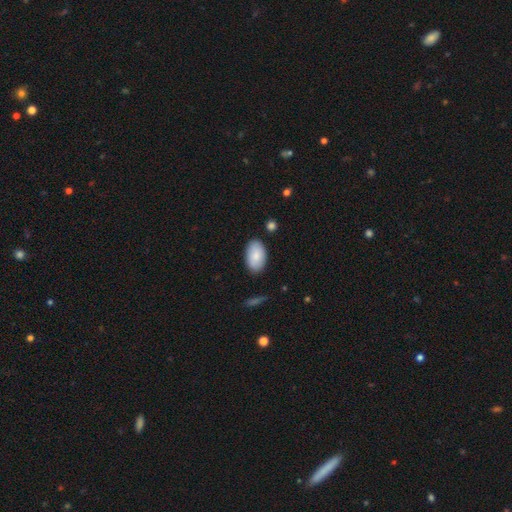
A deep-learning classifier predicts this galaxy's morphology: Smooth or featured? smooth (85%)
How rounded? in between (94%)
Merging? none (85%)